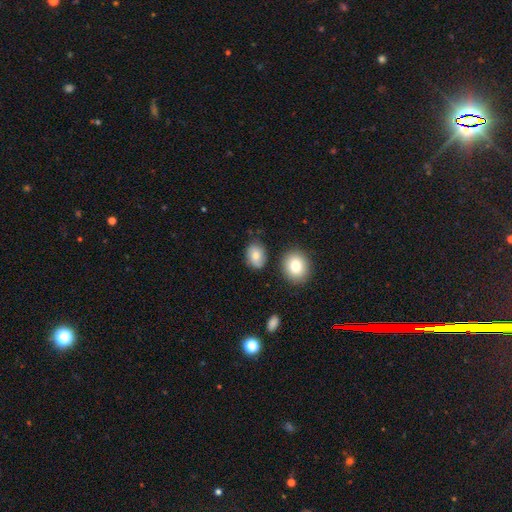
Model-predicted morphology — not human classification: smooth 77%, featured or disk 13%, star or artifact 9%. Down the decision tree: how rounded — in between (63%); merging — none (76%).